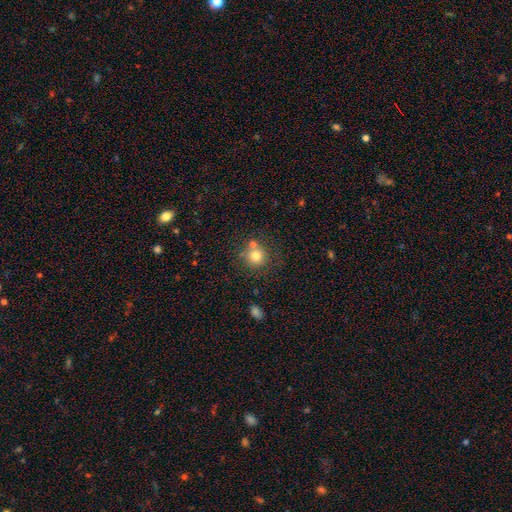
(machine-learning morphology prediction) Smooth or featured? smooth (77%)
How rounded? round (91%)
Merging? none (65%)